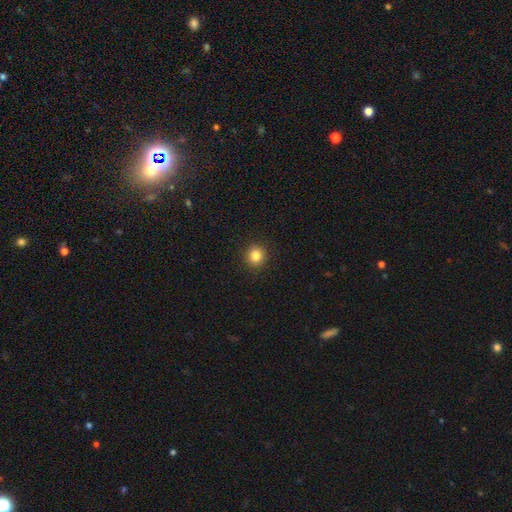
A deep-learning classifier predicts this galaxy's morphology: Smooth or featured? smooth (84%)
How rounded? round (90%)
Merging? none (92%)